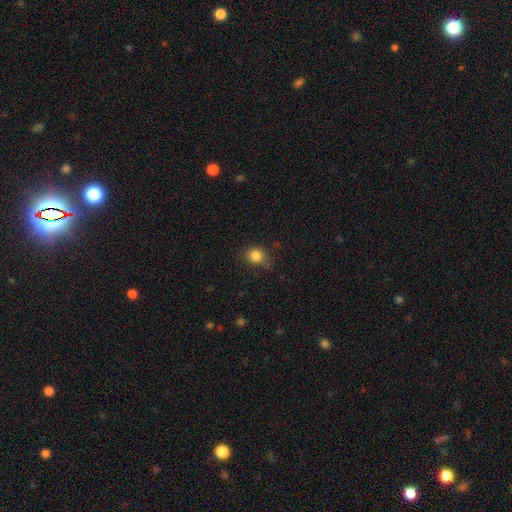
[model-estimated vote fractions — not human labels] Smooth or featured?
  - smooth: 83% *
  - star or artifact: 11%
  - featured or disk: 5%
How rounded?
  - round: 77% *
  - in between: 22%
  - cigar-shaped: 1%
Merging?
  - none: 73% *
  - minor disturbance: 20%
  - major disturbance: 5%
  - merger: 2%